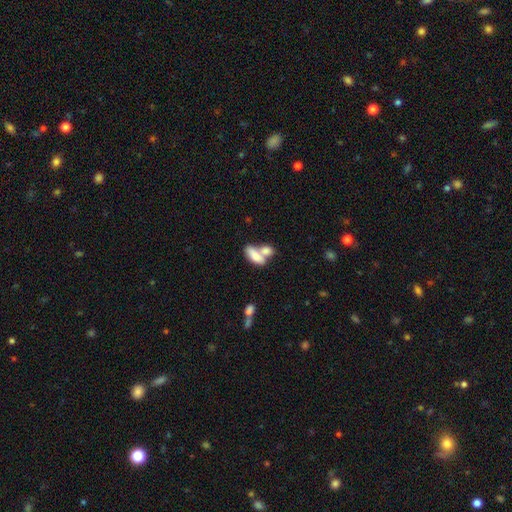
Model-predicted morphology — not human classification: Smooth or featured? smooth (75%)
How rounded? in between (81%)
Merging? merger (62%)